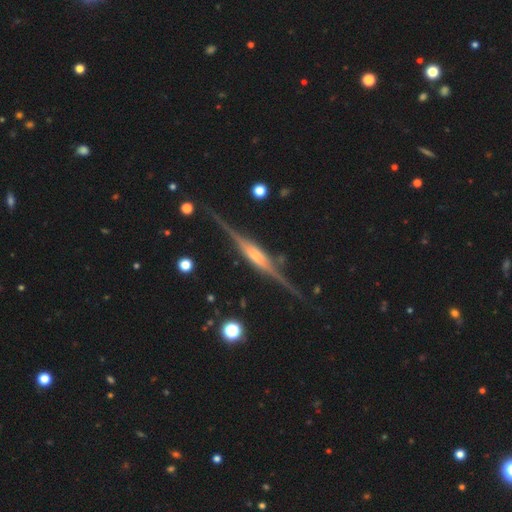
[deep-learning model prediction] smooth_or_featured: featured or disk (p=0.88) [alt: smooth p=0.07]
disk_edge_on: yes (p=0.98) [alt: no p=0.02]
edge_on_bulge: rounded (p=0.55) [alt: boxy p=0.34]
merging: none (p=0.82) [alt: minor disturbance p=0.13]